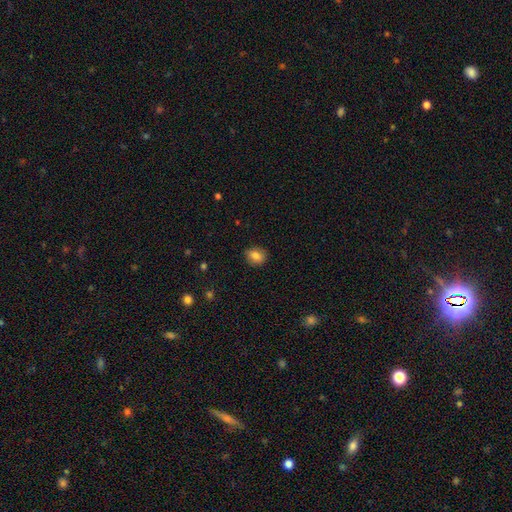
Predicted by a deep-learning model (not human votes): smooth_or_featured: smooth (p=0.82) [alt: star or artifact p=0.09]
how_rounded: round (p=0.56) [alt: in between p=0.42]
merging: none (p=0.86) [alt: minor disturbance p=0.11]